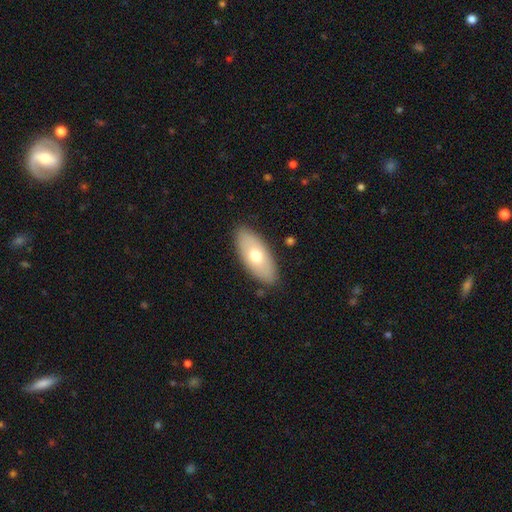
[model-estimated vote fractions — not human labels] Overall: smooth (61%; featured or disk 33%). How rounded: in between (89%). Merging: none (88%).